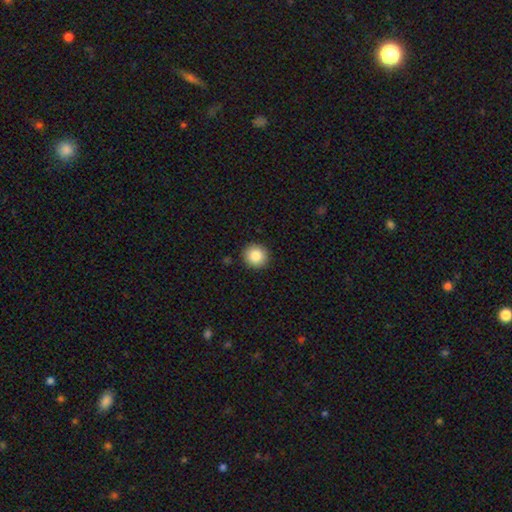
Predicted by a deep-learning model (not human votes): Morphology: type=smooth (85%); roundness=round (92%); merging=none (91%).